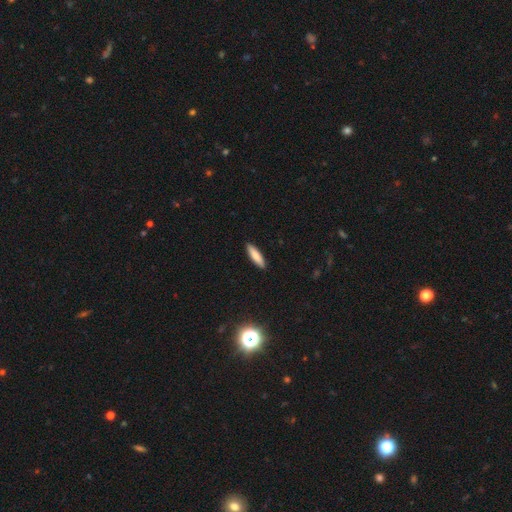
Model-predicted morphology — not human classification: smooth 80%, featured or disk 13%, star or artifact 7%. Down the decision tree: how rounded — cigar-shaped (71%); merging — none (90%).